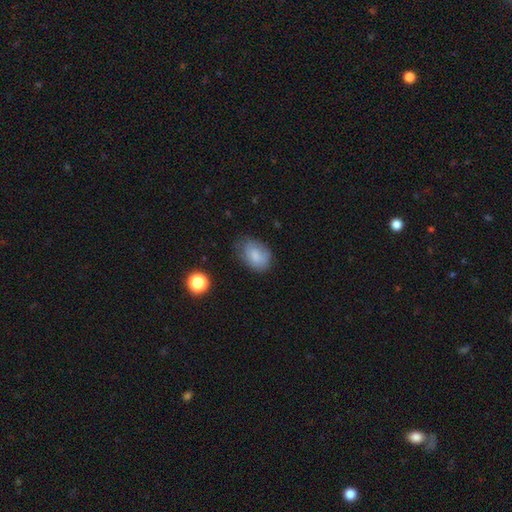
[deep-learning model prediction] Overall: smooth (79%). How rounded: in between (80%). Merging: none (60%; minor disturbance 30%).